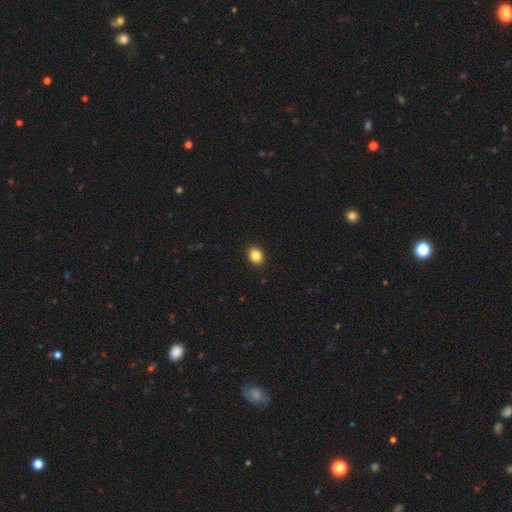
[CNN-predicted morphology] smooth 85%, star or artifact 10%, featured or disk 5%. Down the decision tree: how rounded — round (57%); merging — none (92%).